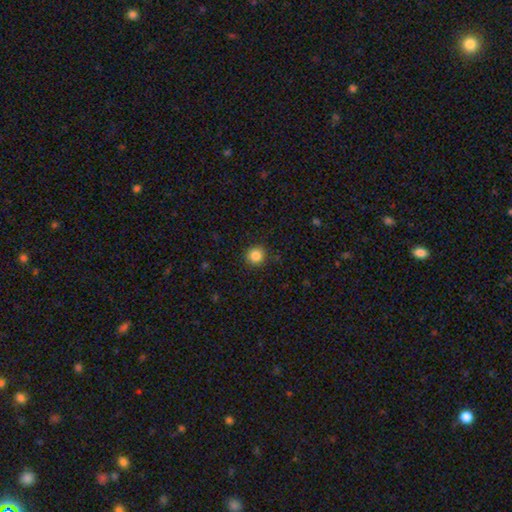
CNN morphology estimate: smooth_or_featured: smooth (p=0.85) [alt: star or artifact p=0.11]
how_rounded: round (p=0.92) [alt: in between p=0.07]
merging: none (p=0.90) [alt: minor disturbance p=0.07]